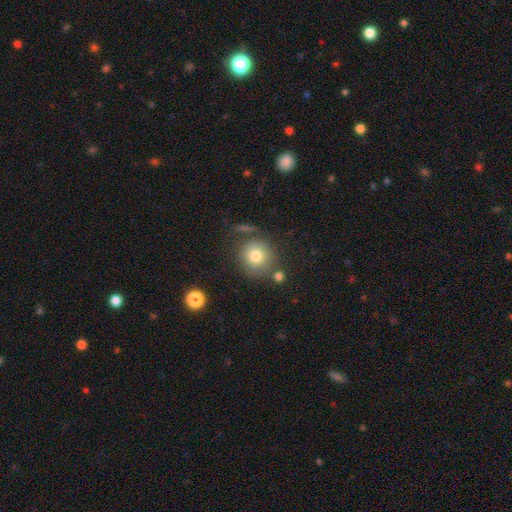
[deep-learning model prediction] smooth_or_featured: smooth (p=0.80) [alt: featured or disk p=0.10]
how_rounded: round (p=0.91) [alt: in between p=0.08]
merging: none (p=0.73) [alt: minor disturbance p=0.13]